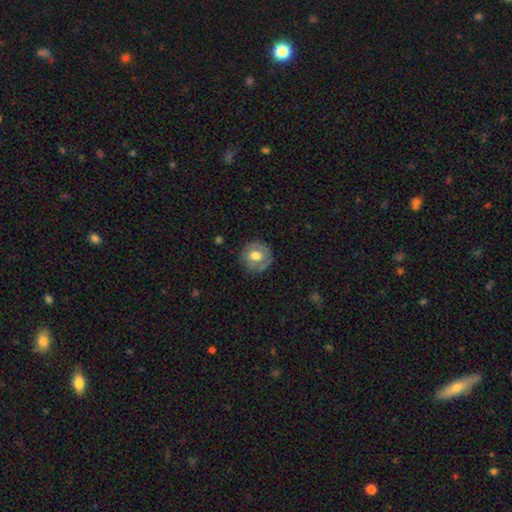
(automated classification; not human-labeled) Smooth or featured? Predicted: smooth (p=0.60). How rounded? Predicted: round (p=0.90). Merging? Predicted: none (p=0.83).